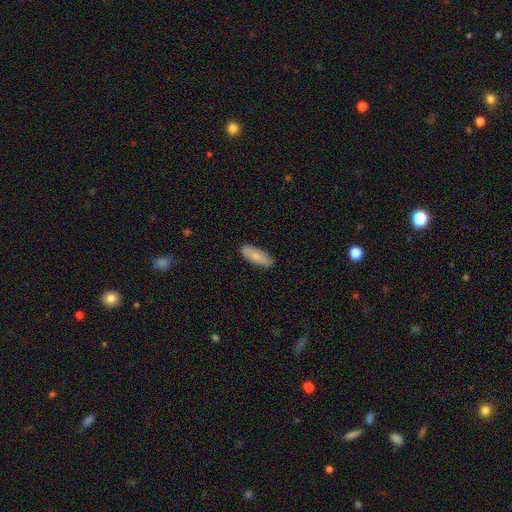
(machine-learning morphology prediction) Smooth or featured: smooth — 78% (featured or disk — 17%)
How rounded: in between — 65% (cigar-shaped — 33%)
Merging: none — 86% (minor disturbance — 11%)